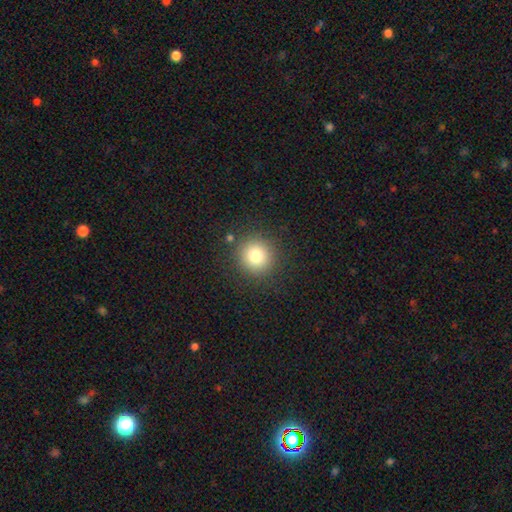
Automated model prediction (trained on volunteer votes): Smooth or featured: smooth — 80% (star or artifact — 12%)
How rounded: round — 94% (in between — 5%)
Merging: none — 88% (minor disturbance — 7%)